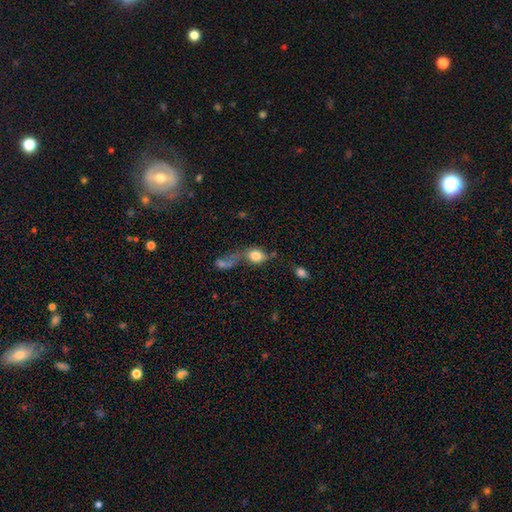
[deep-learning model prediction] A smooth galaxy with no disk features (78%) that is in between round and cigar-shaped (52%).

Vote fractions:
- Smooth or featured? smooth: 78% / featured or disk: 12% / star or artifact: 10%
- How rounded? in between: 52% / round: 45% / cigar-shaped: 2%
- Merging? none: 35% / merger: 33% / major disturbance: 17% / minor disturbance: 15%